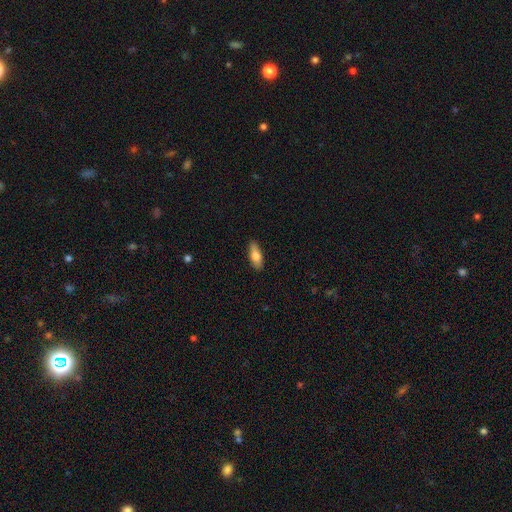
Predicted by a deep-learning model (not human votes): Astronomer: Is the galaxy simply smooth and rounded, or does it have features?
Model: smooth — 77%.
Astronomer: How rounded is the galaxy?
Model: in between — 71%.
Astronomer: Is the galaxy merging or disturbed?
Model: none — 87%.